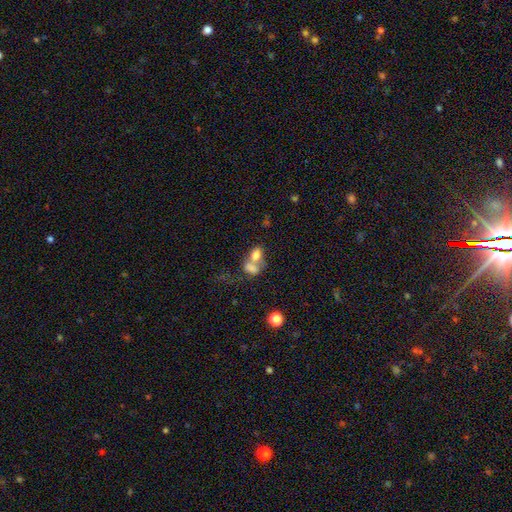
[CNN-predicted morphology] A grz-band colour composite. It shows a smooth galaxy with no disk features (72%) that is in between round and cigar-shaped (77%). Merging: merger (69%).